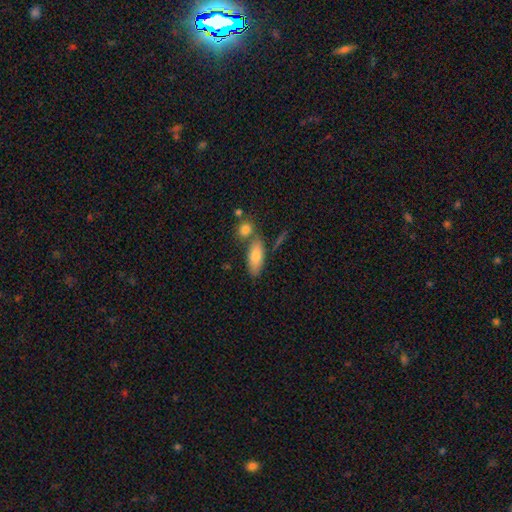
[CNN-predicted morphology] Smooth or featured?
  - smooth: 77% *
  - featured or disk: 16%
  - star or artifact: 7%
How rounded?
  - in between: 78% *
  - cigar-shaped: 19%
  - round: 3%
Merging?
  - none: 62% *
  - merger: 20%
  - minor disturbance: 13%
  - major disturbance: 4%